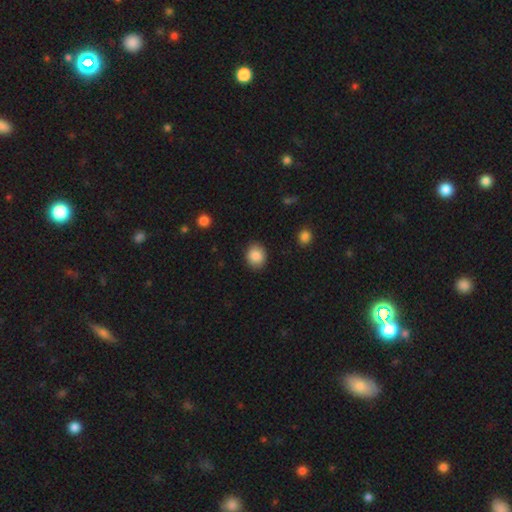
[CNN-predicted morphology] Overall: smooth (88%). How rounded: round (61%; in between 38%). Merging: none (87%).